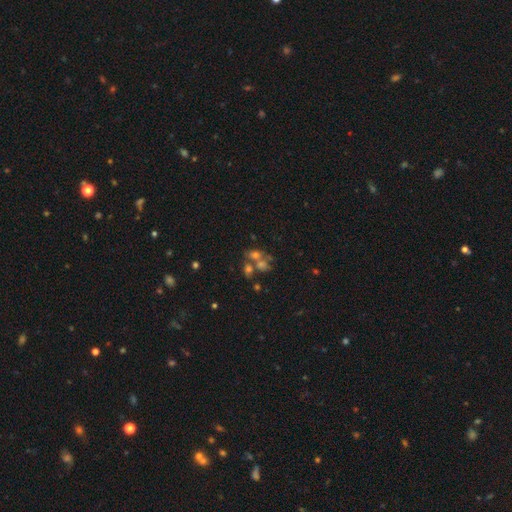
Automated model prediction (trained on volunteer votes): Smooth or featured?
  - smooth: 43% *
  - featured or disk: 29%
  - star or artifact: 28%
Merging?
  - merger: 49% *
  - none: 34%
  - minor disturbance: 9%
  - major disturbance: 8%